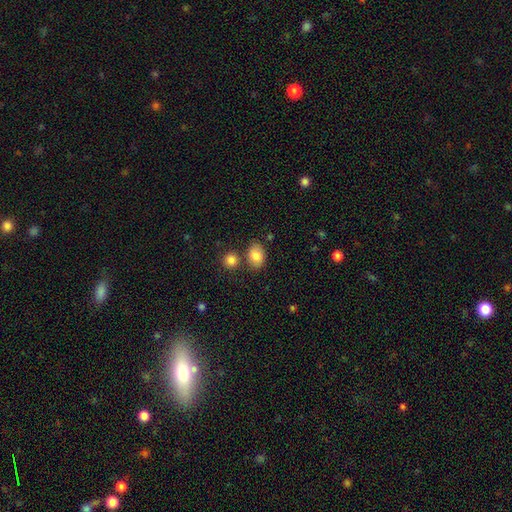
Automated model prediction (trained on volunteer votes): smooth_or_featured: smooth (p=0.84) [alt: featured or disk p=0.08]
how_rounded: in between (p=0.78) [alt: round p=0.21]
merging: none (p=0.73) [alt: merger p=0.12]